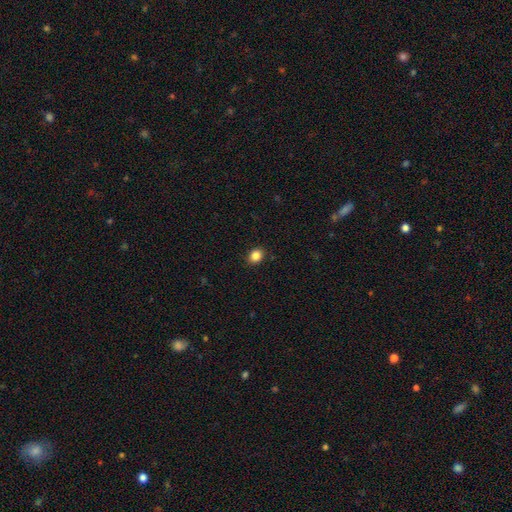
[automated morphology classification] A smooth galaxy with no disk features (85%) that is round (58%).

Vote fractions:
- Smooth or featured? smooth: 85% / star or artifact: 10% / featured or disk: 4%
- How rounded? round: 58% / in between: 41% / cigar-shaped: 1%
- Merging? none: 90% / minor disturbance: 7% / major disturbance: 2% / merger: 1%